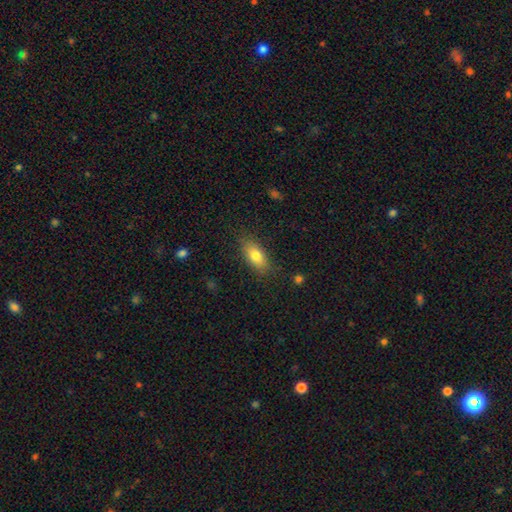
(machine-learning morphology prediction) smooth_or_featured: smooth (p=0.78) [alt: featured or disk p=0.14]
how_rounded: in between (p=0.83) [alt: cigar-shaped p=0.12]
merging: none (p=0.82) [alt: minor disturbance p=0.13]